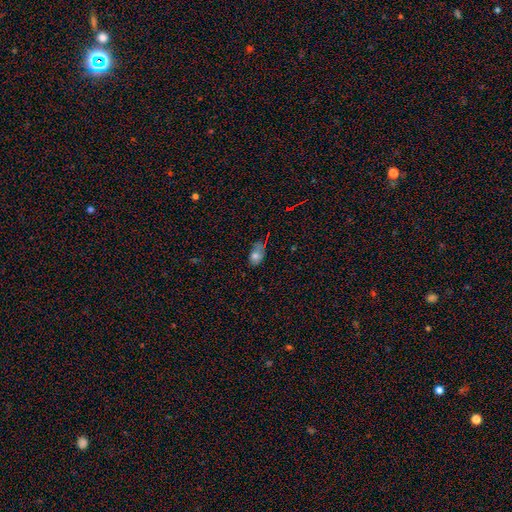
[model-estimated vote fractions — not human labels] A smooth galaxy with no disk features (73%) that is in between round and cigar-shaped (84%). Merging: minor disturbance (39%).